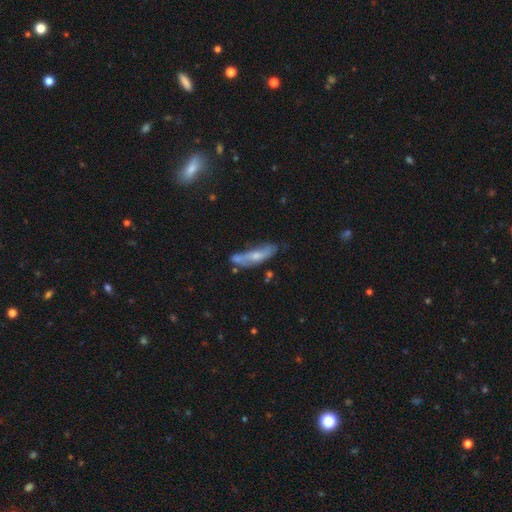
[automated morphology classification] The model was most divided on "smooth or featured": smooth: 48%, featured or disk: 45%, star or artifact: 7%. Remaining: merging — none (49%).